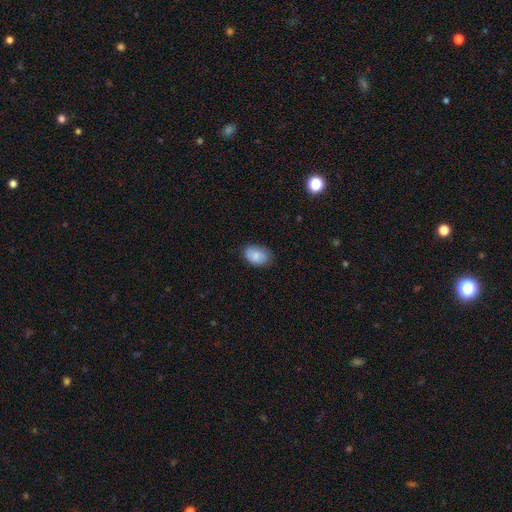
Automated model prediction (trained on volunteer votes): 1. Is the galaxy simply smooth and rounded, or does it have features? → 82% smooth, 11% featured or disk, 7% star or artifact.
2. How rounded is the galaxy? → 86% in between, 12% round, 1% cigar-shaped.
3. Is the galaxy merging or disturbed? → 76% none, 19% minor disturbance, 4% major disturbance, 1% merger.